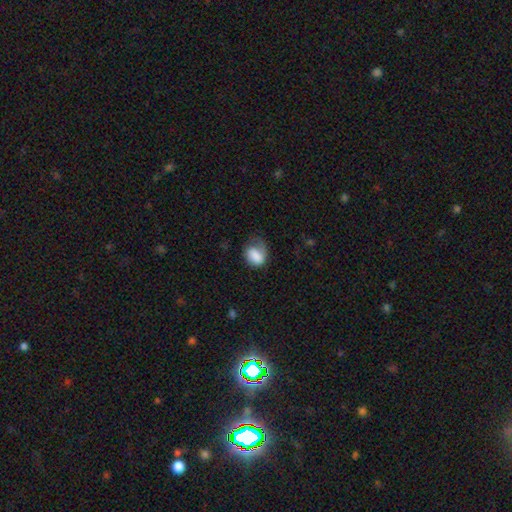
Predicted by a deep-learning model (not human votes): Smooth or featured: smooth — 73% (featured or disk — 20%)
How rounded: in between — 65% (round — 34%)
Merging: none — 34% (major disturbance — 33%)